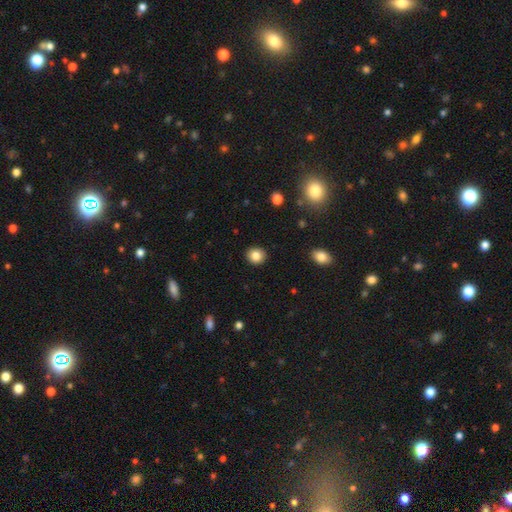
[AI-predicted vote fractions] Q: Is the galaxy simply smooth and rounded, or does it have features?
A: smooth — 84%.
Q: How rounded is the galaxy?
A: round — 78%.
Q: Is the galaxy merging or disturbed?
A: none — 91%.